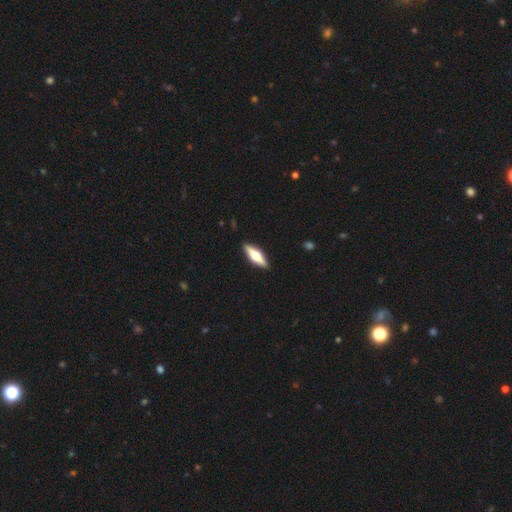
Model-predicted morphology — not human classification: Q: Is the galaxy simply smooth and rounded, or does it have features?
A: featured or disk — 51%.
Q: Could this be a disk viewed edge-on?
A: yes — 95%.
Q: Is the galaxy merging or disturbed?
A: none — 90%.